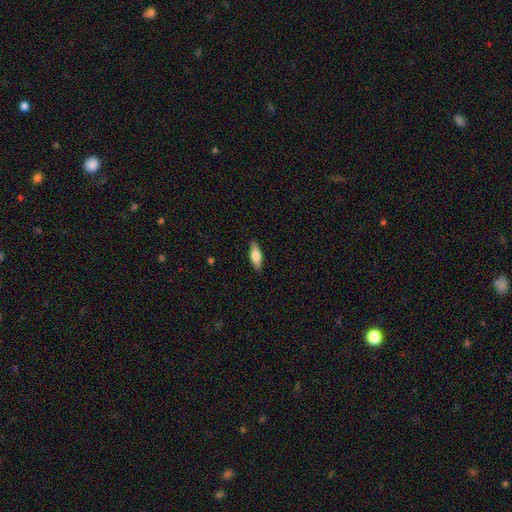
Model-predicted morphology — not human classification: This is likely a smooth galaxy (72%). How rounded: possibly in between (59%). Merging: clearly none (88%).